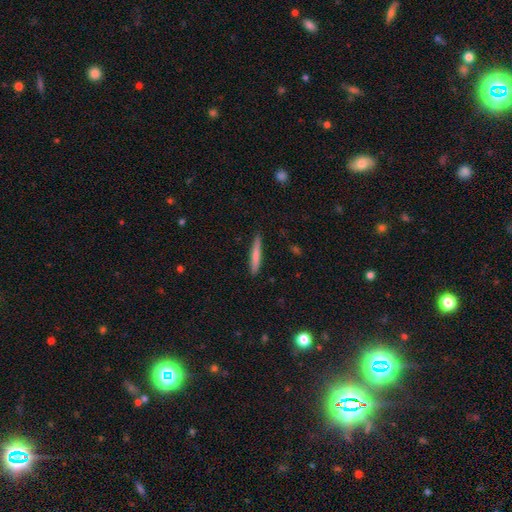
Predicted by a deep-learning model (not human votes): Morphology: type=smooth (73%); roundness=cigar-shaped (95%); merging=none (89%).